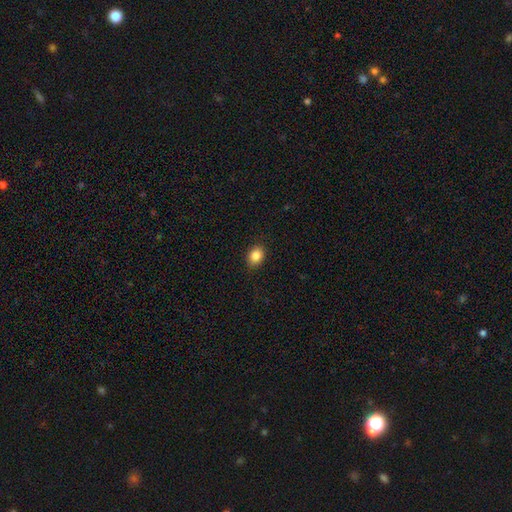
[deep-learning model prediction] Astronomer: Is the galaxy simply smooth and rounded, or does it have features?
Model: smooth — 85%.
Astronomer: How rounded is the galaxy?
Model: in between — 59% (runner-up: round, 40%).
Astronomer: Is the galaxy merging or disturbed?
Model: none — 90%.